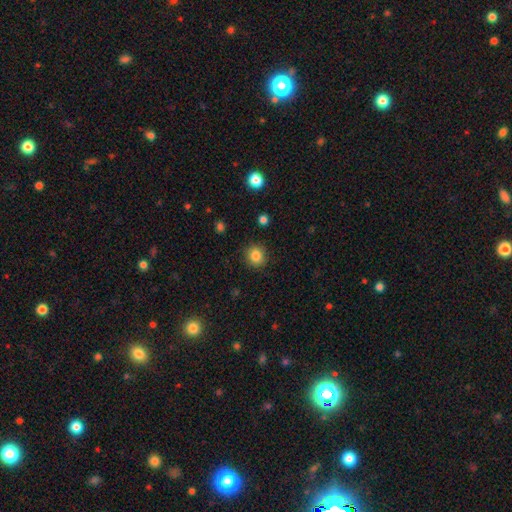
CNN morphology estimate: Q: Smooth or featured?
A: smooth (84%); runner-up: star or artifact (10%)
Q: How rounded?
A: round (85%); runner-up: in between (14%)
Q: Merging?
A: none (90%); runner-up: minor disturbance (7%)